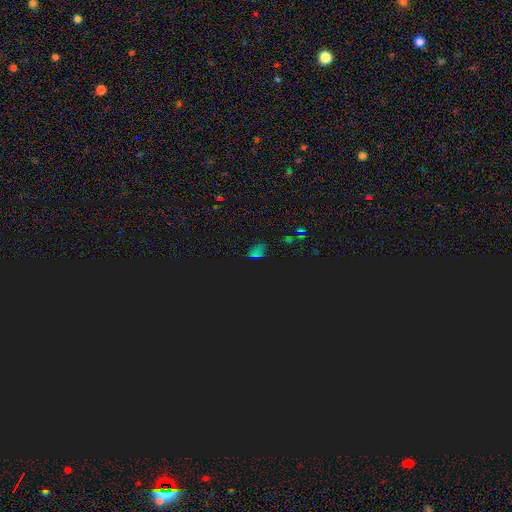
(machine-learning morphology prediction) type=star or artifact (64%).